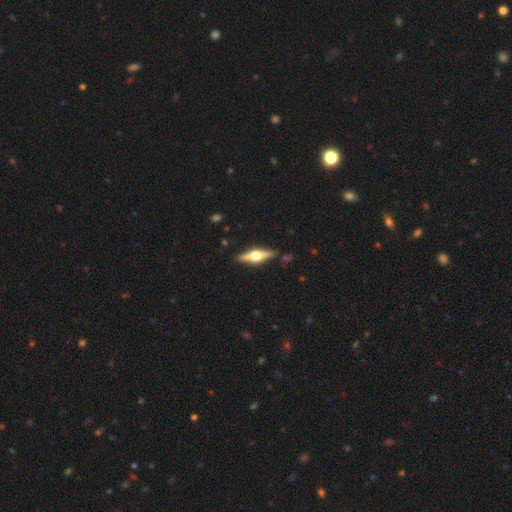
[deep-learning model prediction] Smooth or featured? Predicted: featured or disk (p=0.74). Edge-on disk? Predicted: yes (p=0.97). Edge-on bulge? Predicted: rounded (p=0.95). Merging? Predicted: none (p=0.89).